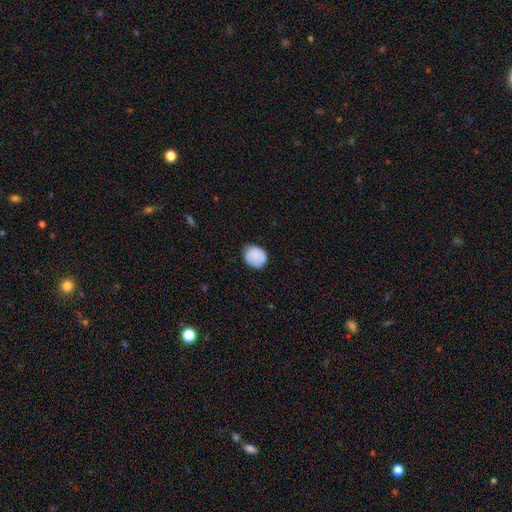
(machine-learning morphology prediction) The model was most divided on "how rounded": round: 63%, in between: 36%, cigar-shaped: 1%. More confident: smooth or featured — smooth (84%); merging — none (79%).